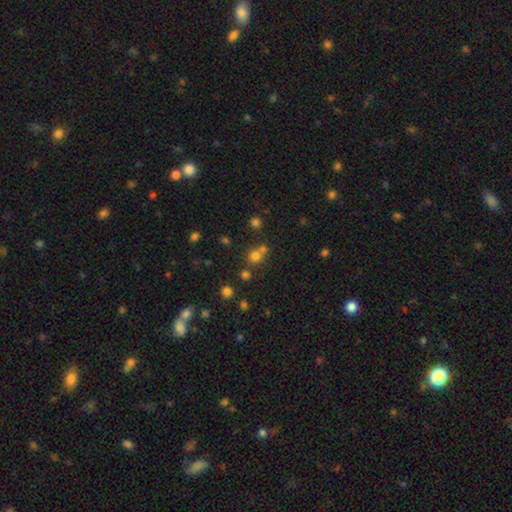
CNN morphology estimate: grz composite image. It shows a smooth galaxy with no disk features (70%) that is round (88%). Merging: none (60%).